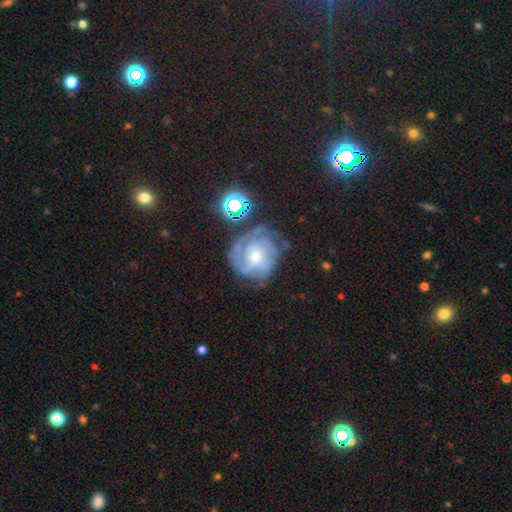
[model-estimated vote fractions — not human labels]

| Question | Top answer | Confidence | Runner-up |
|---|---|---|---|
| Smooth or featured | featured or disk | 76% | smooth (13%) |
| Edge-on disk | no | 97% | yes (3%) |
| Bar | no | 74% | weak (22%) |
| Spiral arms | yes | 90% | no (10%) |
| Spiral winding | tight | 60% | medium (31%) |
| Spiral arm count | can't tell | 39% | 3 (23%) |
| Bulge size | small | 52% | moderate (44%) |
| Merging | none | 63% | minor disturbance (21%) |